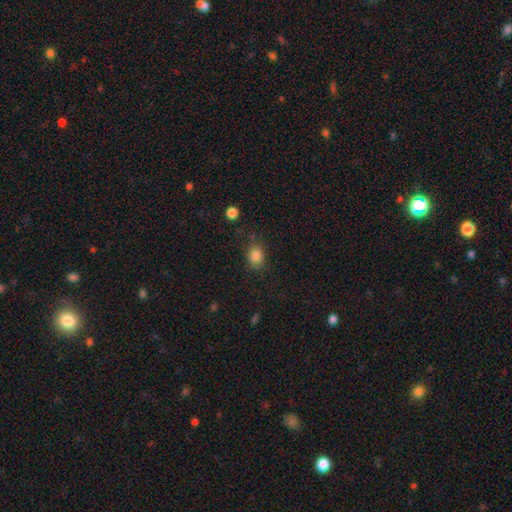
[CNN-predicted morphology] A smooth galaxy with no disk features (84%) that is round (56%). Merging: none (75%).